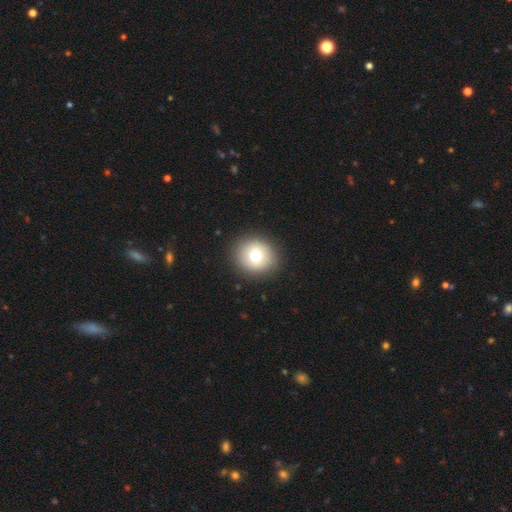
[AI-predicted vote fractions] Overall: smooth (73%). How rounded: round (87%). Merging: none (90%).